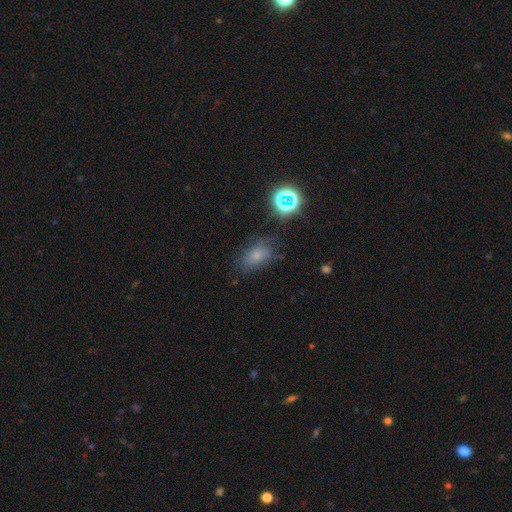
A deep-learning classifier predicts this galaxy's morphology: A smooth galaxy with no disk features (61%) that is in between round and cigar-shaped (79%).

Vote fractions:
- Smooth or featured? smooth: 61% / star or artifact: 23% / featured or disk: 15%
- How rounded? in between: 79% / round: 18% / cigar-shaped: 2%
- Merging? none: 70% / minor disturbance: 20% / major disturbance: 7% / merger: 3%